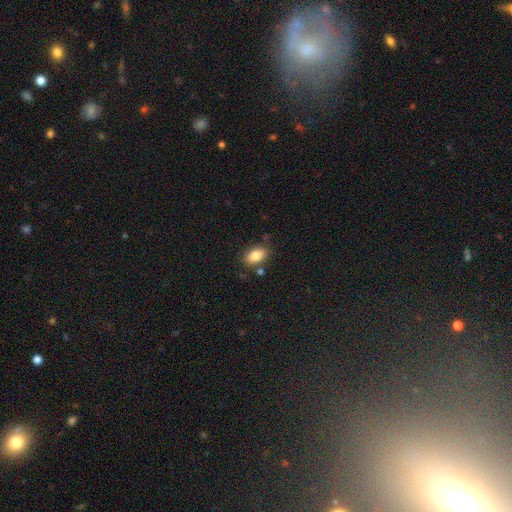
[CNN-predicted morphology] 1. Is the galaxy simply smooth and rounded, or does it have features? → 82% smooth, 10% featured or disk, 8% star or artifact.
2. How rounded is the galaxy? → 89% in between, 8% round, 3% cigar-shaped.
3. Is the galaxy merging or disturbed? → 78% none, 13% minor disturbance, 5% merger, 3% major disturbance.